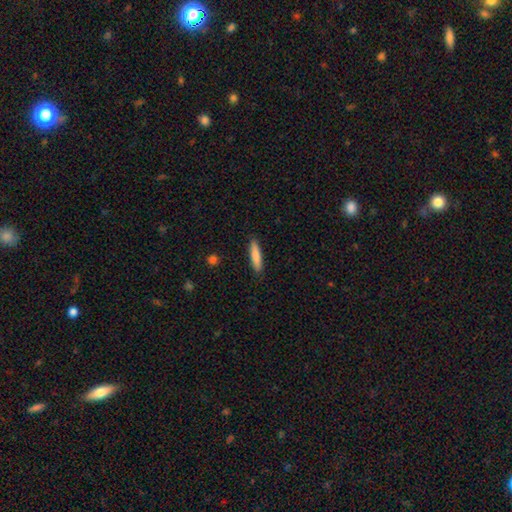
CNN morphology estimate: The model was most divided on "smooth or featured": smooth: 82%, featured or disk: 12%, star or artifact: 5%. More confident: merging — none (90%); how rounded — cigar-shaped (85%).